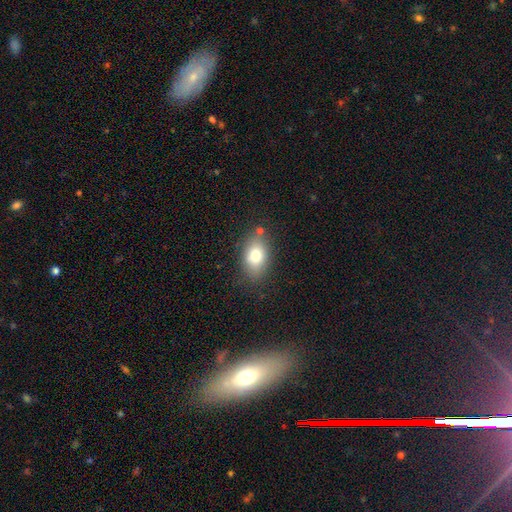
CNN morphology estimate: Smooth or featured?
  - smooth: 77% *
  - featured or disk: 14%
  - star or artifact: 9%
How rounded?
  - in between: 84% *
  - round: 14%
  - cigar-shaped: 2%
Merging?
  - none: 76% *
  - minor disturbance: 15%
  - merger: 5%
  - major disturbance: 4%